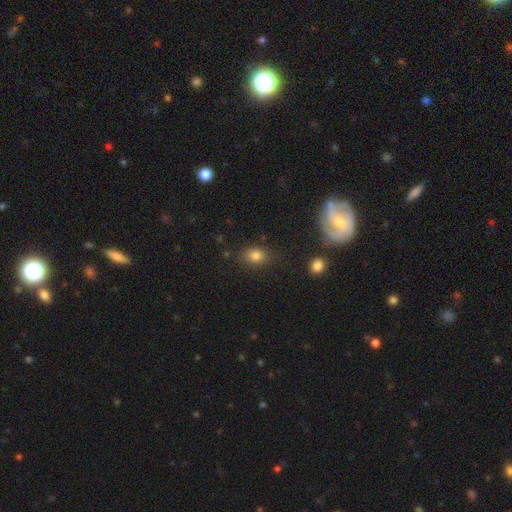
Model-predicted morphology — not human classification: This appears to be a smooth galaxy with no disk features (80%) that is in between round and cigar-shaped (66%). Merging: none (80%).